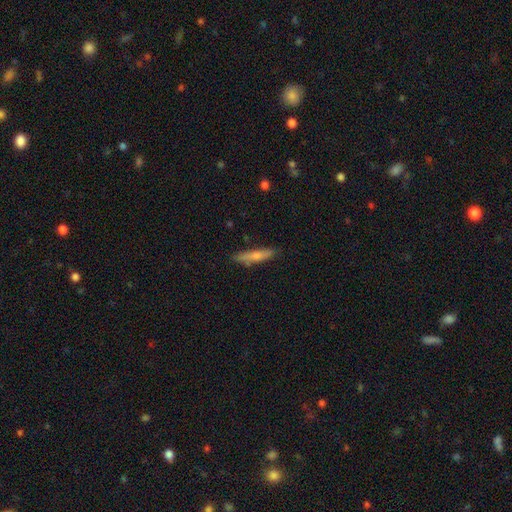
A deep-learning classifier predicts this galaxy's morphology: A smooth galaxy with no disk features (68%) that is cigar-shaped (87%). Merging: none (80%).